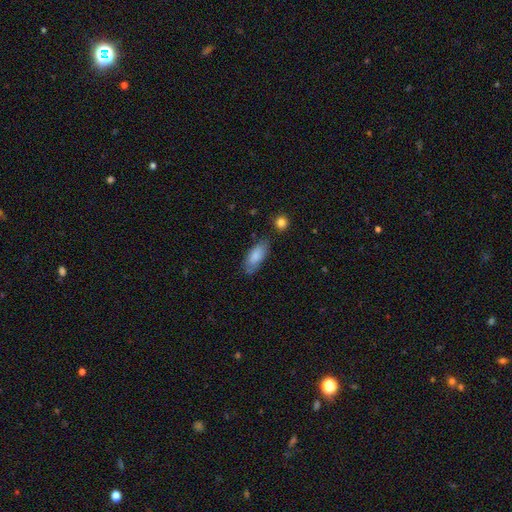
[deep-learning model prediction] Smooth or featured? smooth (82%)
How rounded? in between (82%)
Merging? none (71%)